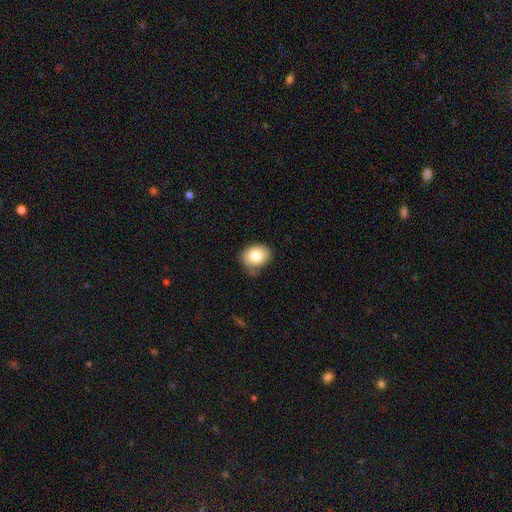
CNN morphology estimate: Smooth or featured? Predicted: smooth (p=0.81). How rounded? Predicted: in between (p=0.53). Merging? Predicted: none (p=0.66).